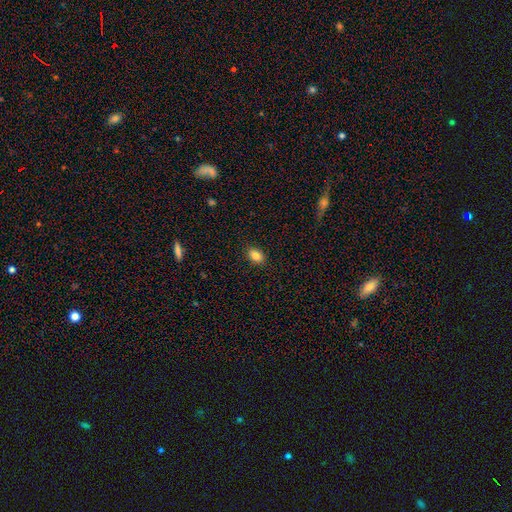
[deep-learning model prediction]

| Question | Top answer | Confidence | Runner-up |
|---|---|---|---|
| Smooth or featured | smooth | 84% | star or artifact (10%) |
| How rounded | in between | 78% | round (21%) |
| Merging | none | 88% | minor disturbance (9%) |